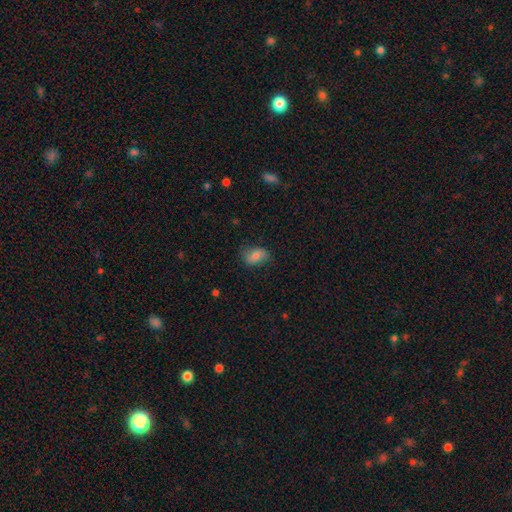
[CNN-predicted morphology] Q: Smooth or featured?
A: smooth (72%); runner-up: featured or disk (19%)
Q: How rounded?
A: in between (81%); runner-up: round (17%)
Q: Merging?
A: none (70%); runner-up: minor disturbance (22%)